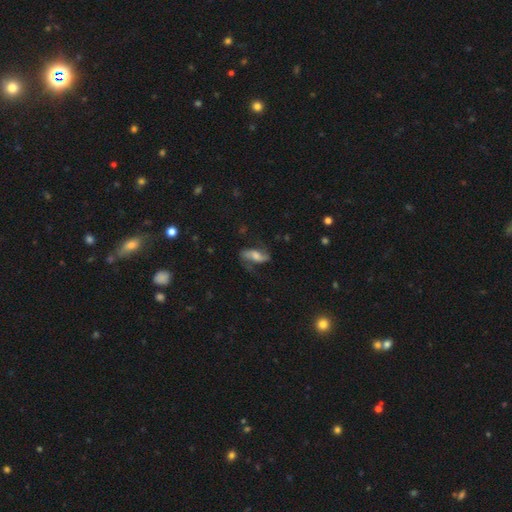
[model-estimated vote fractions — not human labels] This is likely a featured or disk galaxy (67%). It is clearly not viewed edge-on (93%). Bar: marginally no (37%, tied with weak). Spiral arm pattern: clearly yes (91%). Spiral arm count: clearly 2 (89%). Spiral winding: possibly loose (58%). Central bulge: marginally moderate (40%). Merging: likely none (62%).